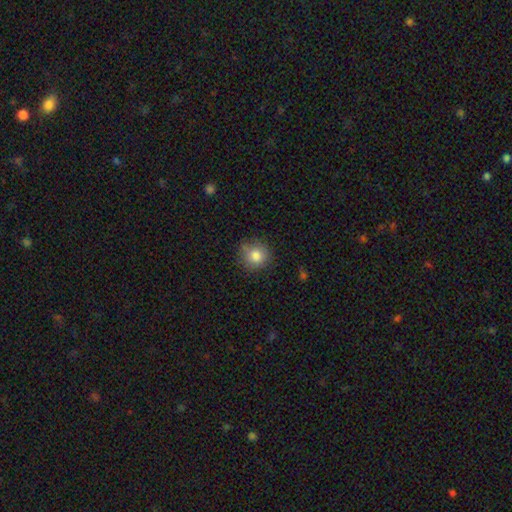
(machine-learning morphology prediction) Overall: smooth (83%). How rounded: round (89%). Merging: none (79%).